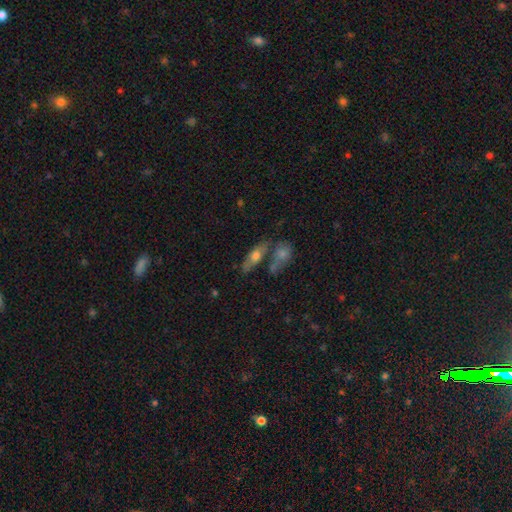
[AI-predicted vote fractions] A smooth galaxy with no disk features (51%) that is in between round and cigar-shaped (53%).

Vote fractions:
- Smooth or featured? smooth: 51% / featured or disk: 40% / star or artifact: 8%
- How rounded? in between: 53% / cigar-shaped: 42% / round: 5%
- Merging? none: 55% / merger: 27% / minor disturbance: 13% / major disturbance: 5%